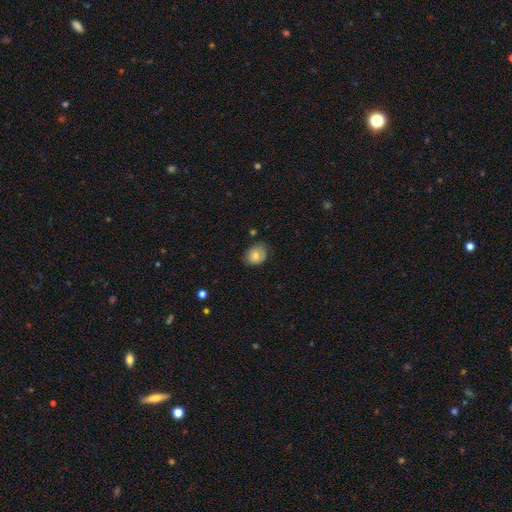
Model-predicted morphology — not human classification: Smooth or featured? smooth (74%)
How rounded? round (50%)
Merging? none (69%)